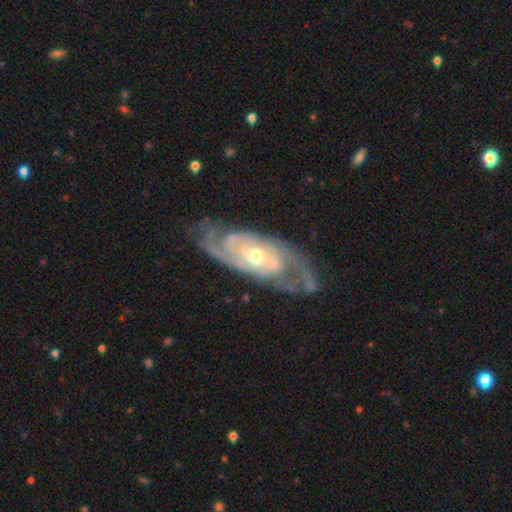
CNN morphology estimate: type=featured or disk (91%); edge-on=no (93%); bar=no (64%); spiral arms=yes (97%); winding=tight (63%); arm count=2 (52%); bulge=moderate (61%); merging=none (72%).